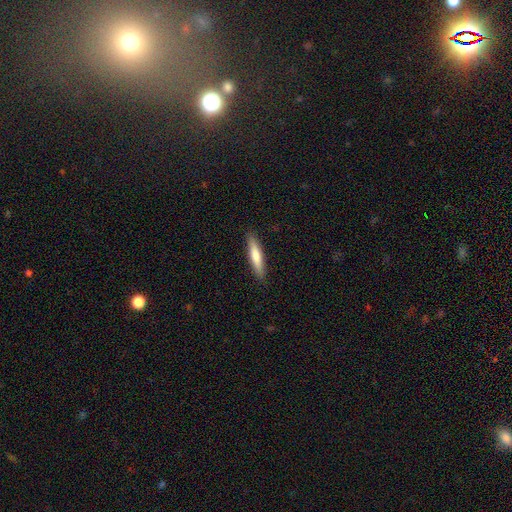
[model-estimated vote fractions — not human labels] This appears to be a smooth galaxy with no disk features (70%) that is cigar-shaped (86%). Merging: none (90%).